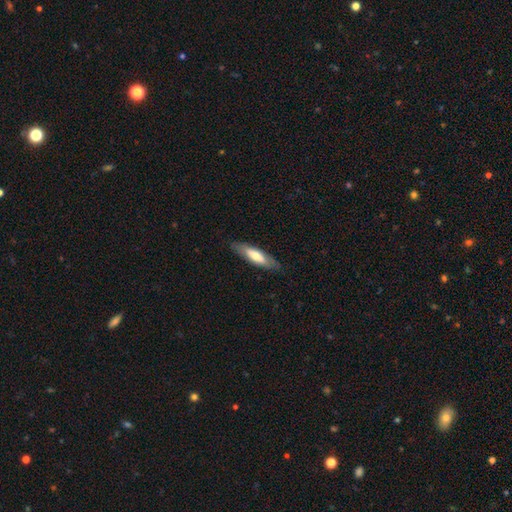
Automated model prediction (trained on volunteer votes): Smooth or featured? Predicted: smooth (p=0.62). How rounded? Predicted: cigar-shaped (p=0.61). Merging? Predicted: none (p=0.84).